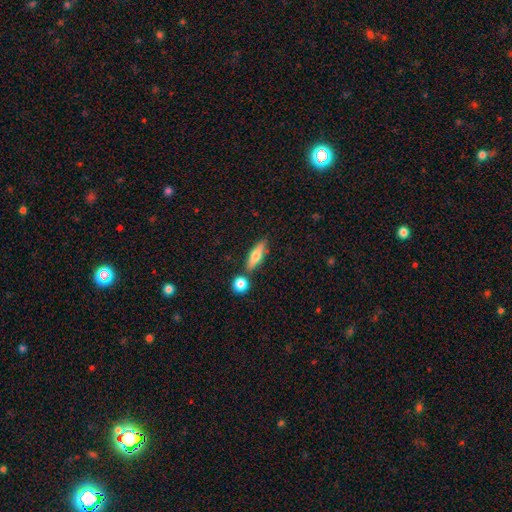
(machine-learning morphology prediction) smooth 62%, featured or disk 31%, star or artifact 7%. Down the decision tree: how rounded — cigar-shaped (54%); merging — none (74%).